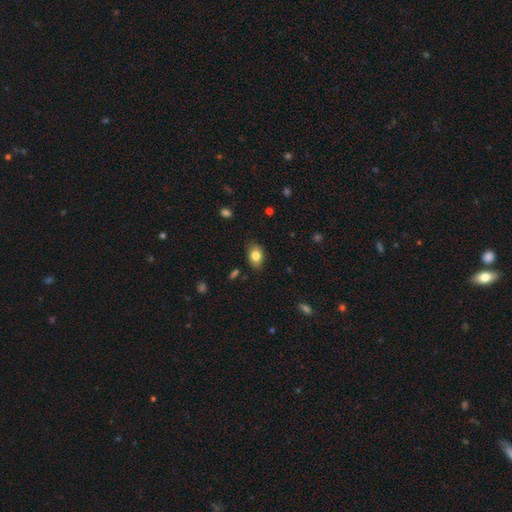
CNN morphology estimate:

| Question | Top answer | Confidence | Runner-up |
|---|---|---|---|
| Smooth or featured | smooth | 81% | featured or disk (10%) |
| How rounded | in between | 77% | round (21%) |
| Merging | none | 83% | minor disturbance (13%) |